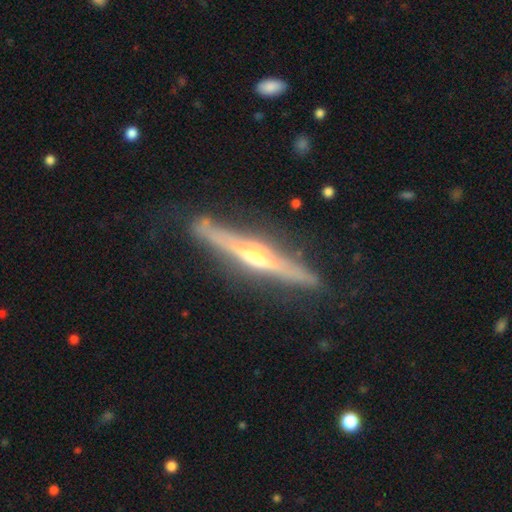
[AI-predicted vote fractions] featured or disk 80%, smooth 16%, star or artifact 5%. Down the decision tree: edge-on disk — yes (96%); edge-on bulge — rounded (85%); merging — none (82%).